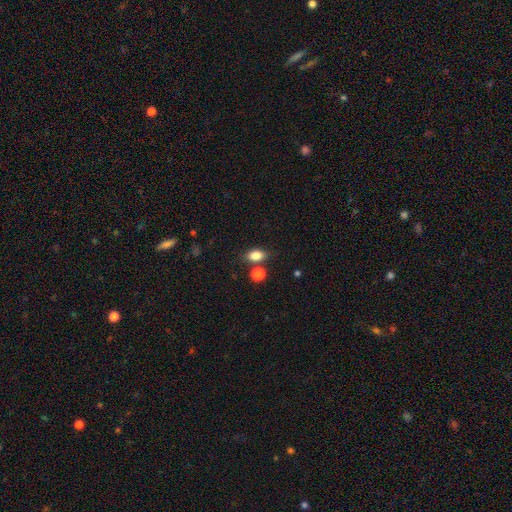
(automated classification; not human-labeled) smooth_or_featured: smooth (p=0.83) [alt: star or artifact p=0.10]
how_rounded: in between (p=0.80) [alt: round p=0.18]
merging: none (p=0.73) [alt: merger p=0.12]